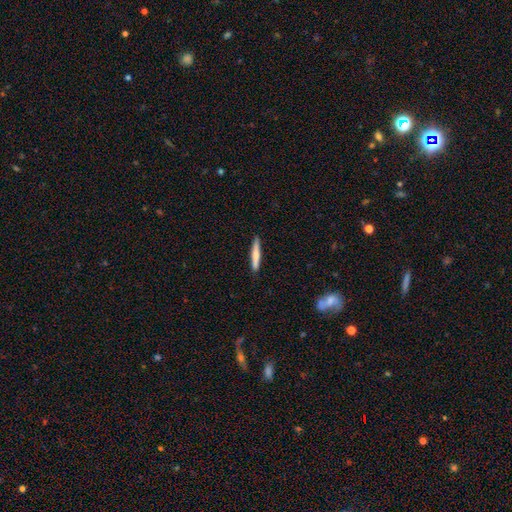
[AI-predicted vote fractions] Smooth or featured?
  - smooth: 64% *
  - featured or disk: 30%
  - star or artifact: 5%
How rounded?
  - cigar-shaped: 93% *
  - in between: 5%
  - round: 1%
Merging?
  - none: 90% *
  - minor disturbance: 8%
  - major disturbance: 1%
  - merger: 1%